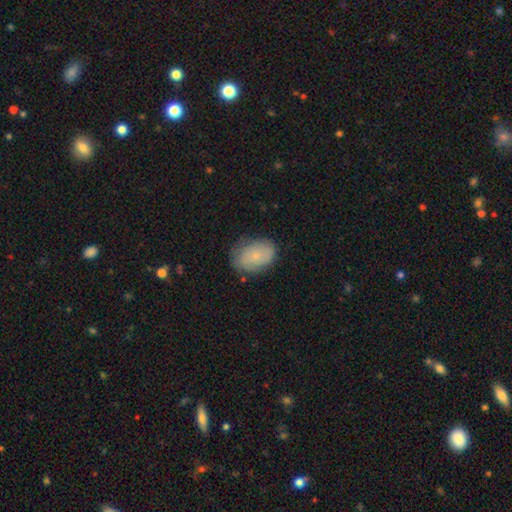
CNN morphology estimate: Overall: smooth (60%; featured or disk 32%). How rounded: in between (81%). Merging: none (69%).